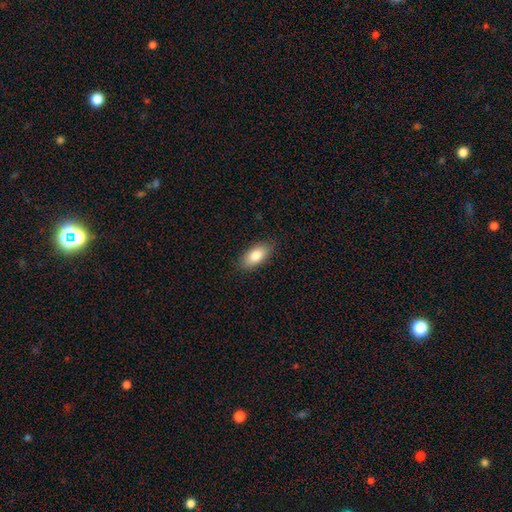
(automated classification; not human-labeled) Smooth or featured: smooth — 83% (featured or disk — 10%)
How rounded: in between — 91% (cigar-shaped — 6%)
Merging: none — 86% (minor disturbance — 11%)